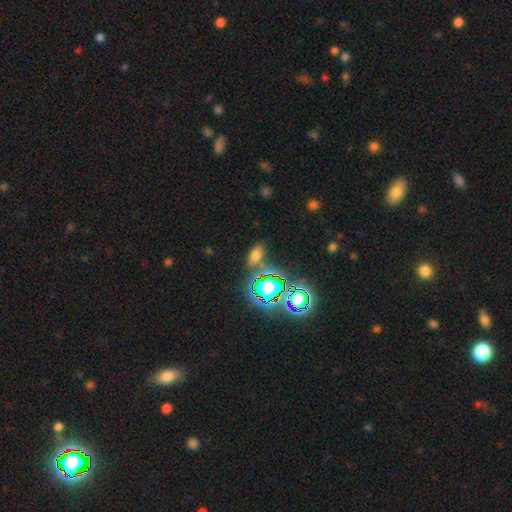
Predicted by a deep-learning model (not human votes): smooth_or_featured: smooth (p=0.58) [alt: star or artifact p=0.32]
how_rounded: in between (p=0.82) [alt: round p=0.12]
merging: none (p=0.71) [alt: minor disturbance p=0.14]